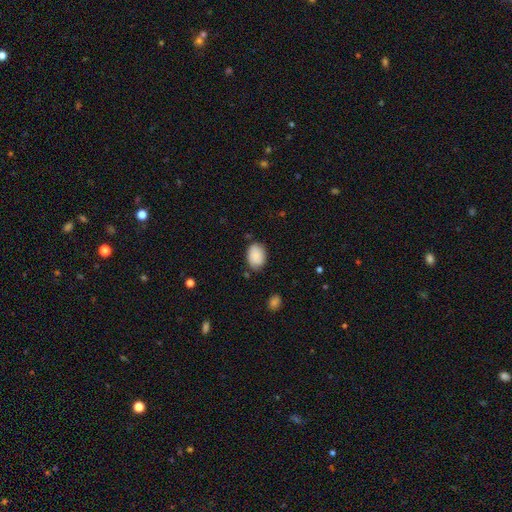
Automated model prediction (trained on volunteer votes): Overall: smooth (87%). How rounded: in between (78%). Merging: none (75%).